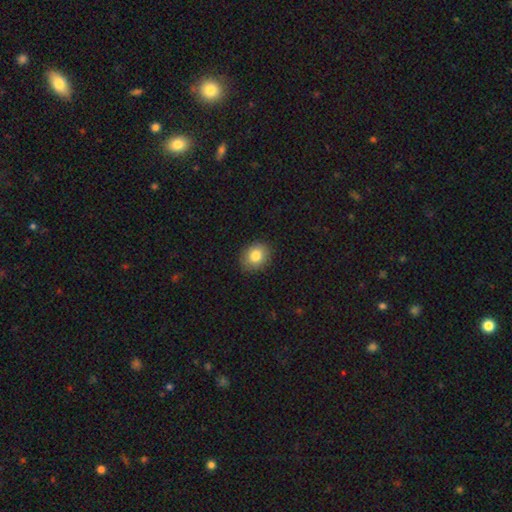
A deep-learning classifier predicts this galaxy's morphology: smooth 82%, star or artifact 9%, featured or disk 8%. Down the decision tree: how rounded — round (55%); merging — none (87%).